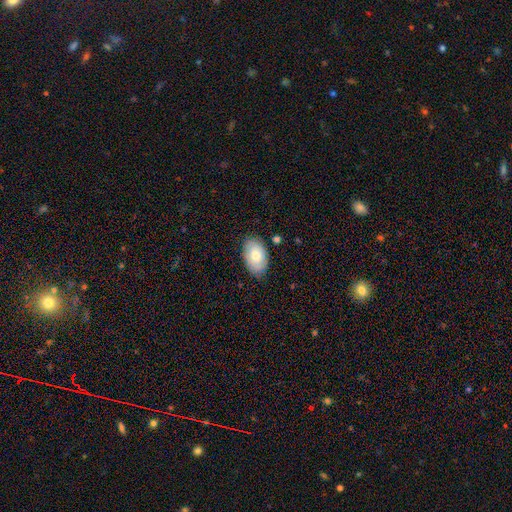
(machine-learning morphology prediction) The model was most divided on "smooth or featured": smooth: 71%, featured or disk: 23%, star or artifact: 6%. More confident: how rounded — in between (92%); merging — none (80%).